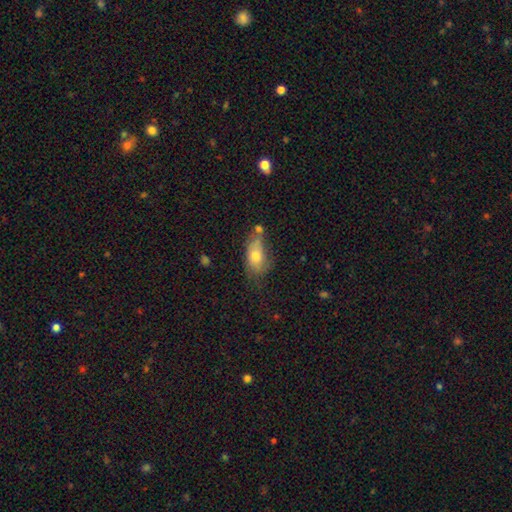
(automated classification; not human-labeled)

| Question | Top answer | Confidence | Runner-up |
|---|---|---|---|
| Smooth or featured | smooth | 69% | featured or disk (22%) |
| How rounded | in between | 84% | cigar-shaped (9%) |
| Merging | none | 41% | minor disturbance (30%) |